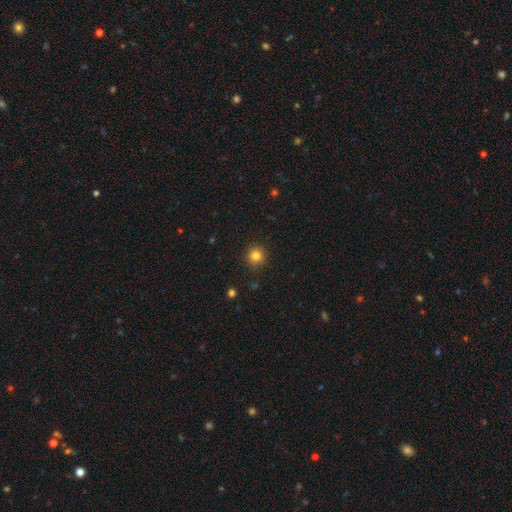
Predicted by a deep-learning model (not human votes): Morphology: type=smooth (82%); roundness=round (94%); merging=none (91%).